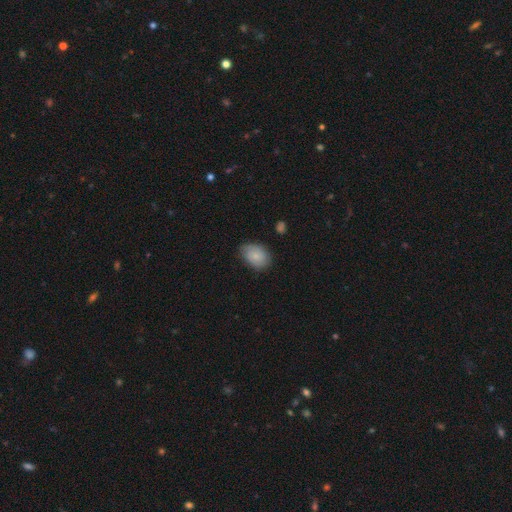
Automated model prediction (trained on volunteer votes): Smooth or featured: smooth — 77% (featured or disk — 16%)
How rounded: in between — 79% (round — 20%)
Merging: none — 72% (minor disturbance — 22%)